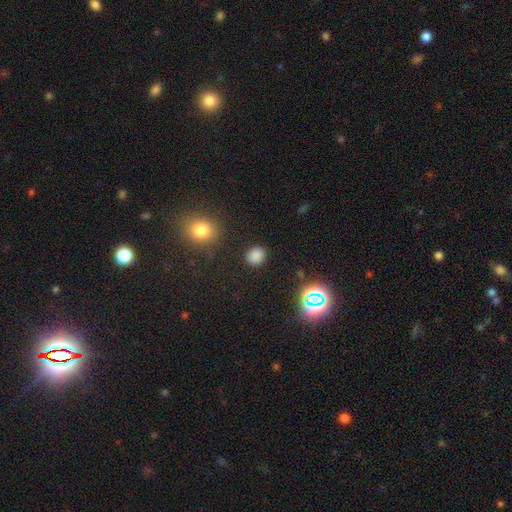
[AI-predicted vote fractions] smooth-or-featured: smooth: 81% | star or artifact: 15% | featured or disk: 4%
  how-rounded: round: 74% | in between: 25% | cigar-shaped: 1%
  merging: none: 87% | minor disturbance: 8% | major disturbance: 3% | merger: 2%